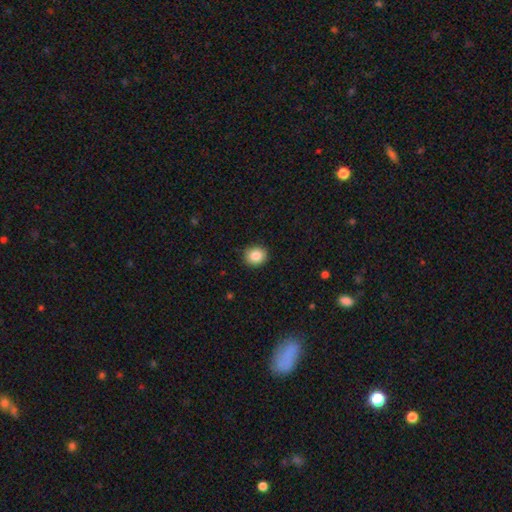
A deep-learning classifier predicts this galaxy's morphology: smooth-or-featured: smooth: 85% | star or artifact: 9% | featured or disk: 6%
  how-rounded: round: 80% | in between: 19% | cigar-shaped: 1%
  merging: none: 90% | minor disturbance: 8% | major disturbance: 2% | merger: 1%